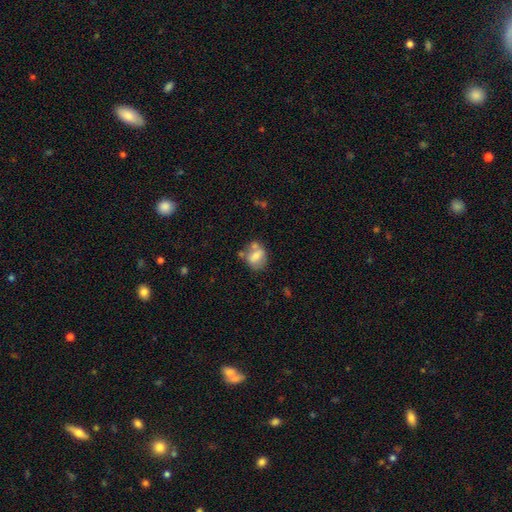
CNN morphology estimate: This appears to be a smooth galaxy with no disk features (63%) that is in between round and cigar-shaped (55%). Merging: none (45%).